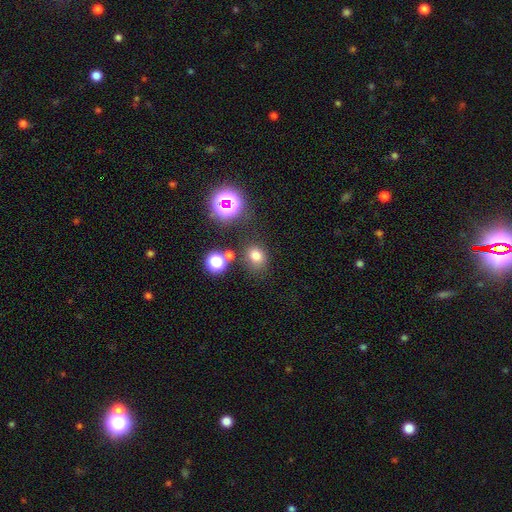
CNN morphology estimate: smooth-or-featured: smooth: 72% | star or artifact: 21% | featured or disk: 7%
  how-rounded: round: 63% | in between: 36% | cigar-shaped: 1%
  merging: none: 76% | minor disturbance: 12% | merger: 8% | major disturbance: 4%